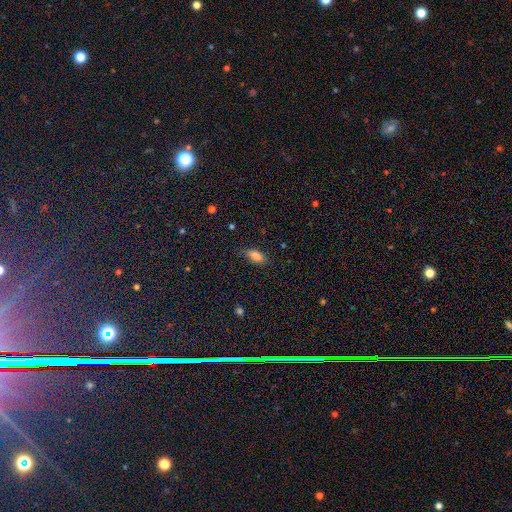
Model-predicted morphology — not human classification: smooth-or-featured: smooth: 82% | star or artifact: 10% | featured or disk: 9%
  how-rounded: in between: 83% | cigar-shaped: 13% | round: 4%
  merging: none: 71% | minor disturbance: 22% | major disturbance: 5% | merger: 1%